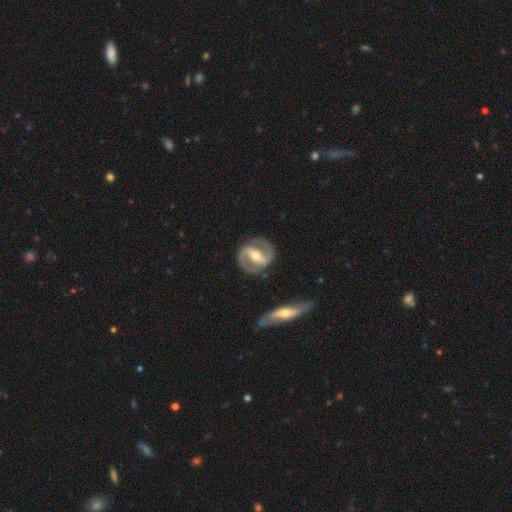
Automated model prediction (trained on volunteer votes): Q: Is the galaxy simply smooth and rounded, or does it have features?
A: featured or disk — 86%.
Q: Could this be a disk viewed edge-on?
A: no — 95%.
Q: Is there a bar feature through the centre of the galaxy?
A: strong — 62%.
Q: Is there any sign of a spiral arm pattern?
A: yes — 91%.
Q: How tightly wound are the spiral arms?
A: medium — 49%.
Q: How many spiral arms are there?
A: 2 — 91%.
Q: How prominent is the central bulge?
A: moderate — 62%.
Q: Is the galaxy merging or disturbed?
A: none — 85%.